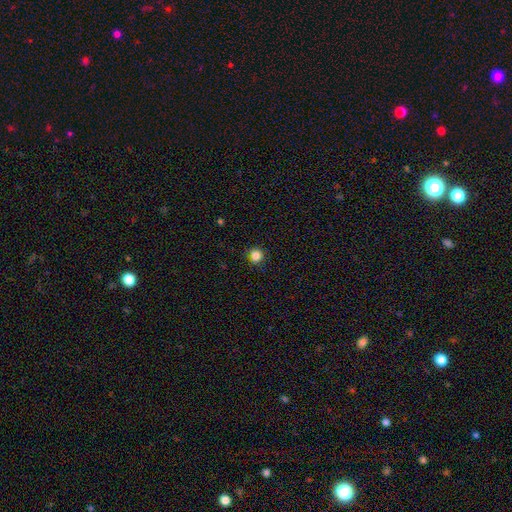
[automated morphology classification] smooth-or-featured: smooth: 85% | star or artifact: 12% | featured or disk: 4%
  how-rounded: round: 93% | in between: 6% | cigar-shaped: 1%
  merging: none: 89% | minor disturbance: 8% | major disturbance: 2% | merger: 1%